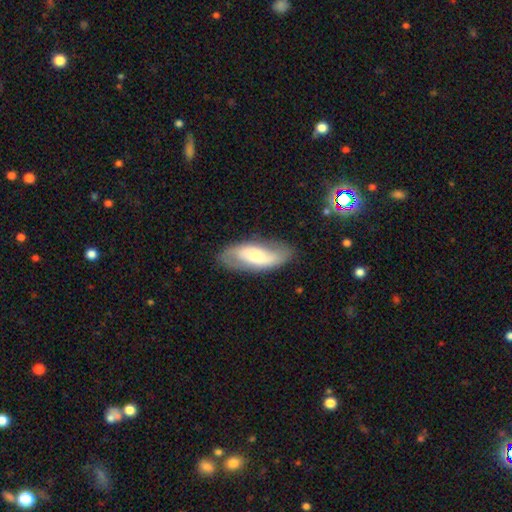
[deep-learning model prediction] Overall: featured or disk (57%; smooth 37%). Edge-on disk: no (88%). Bar: no (52%; weak 30%). Spiral arms: yes (77%). Bulge size: moderate (48%; small 38%). Merging: none (75%).